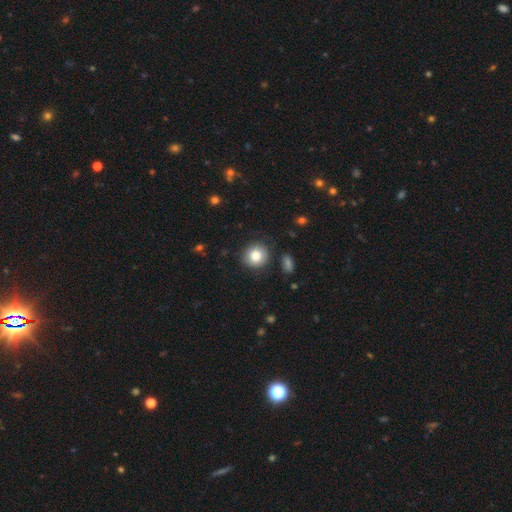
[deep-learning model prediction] smooth_or_featured: smooth (p=0.83) [alt: star or artifact p=0.09]
how_rounded: round (p=0.89) [alt: in between p=0.10]
merging: none (p=0.86) [alt: minor disturbance p=0.09]